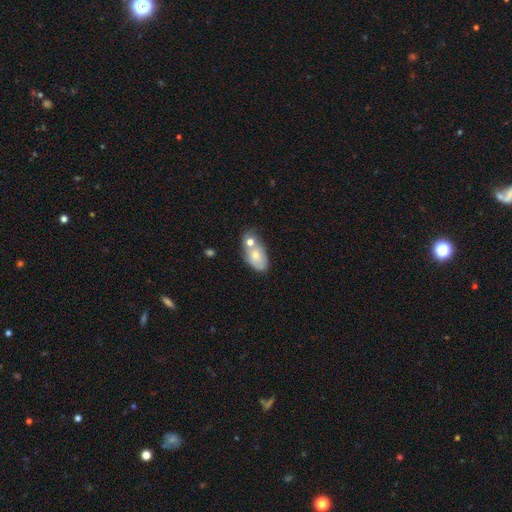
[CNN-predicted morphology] Smooth or featured?
  - smooth: 65% *
  - featured or disk: 28%
  - star or artifact: 7%
How rounded?
  - in between: 89% *
  - round: 8%
  - cigar-shaped: 2%
Merging?
  - merger: 38% * (tied)
  - none: 38% * (tied)
  - minor disturbance: 18%
  - major disturbance: 6%